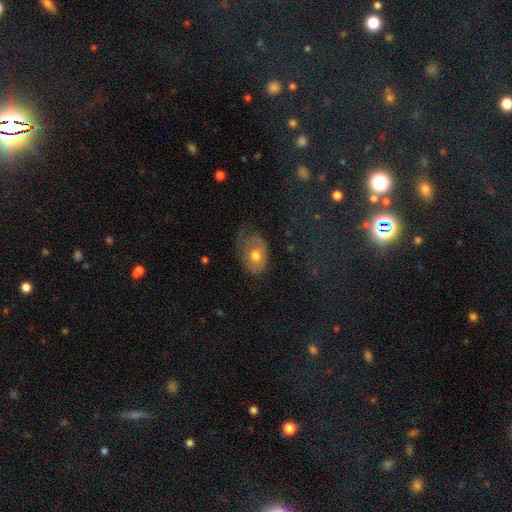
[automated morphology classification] Smooth or featured: smooth — 48% (featured or disk — 44%)
Merging: none — 42% (minor disturbance — 31%)